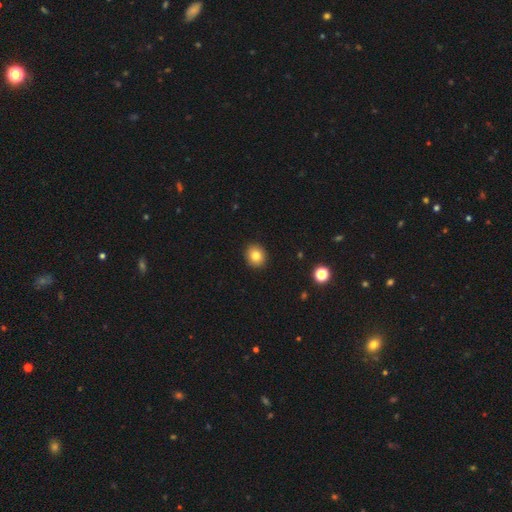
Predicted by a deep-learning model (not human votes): This is clearly a smooth galaxy (81%). How rounded: clearly round (83%). Merging: clearly none (92%).